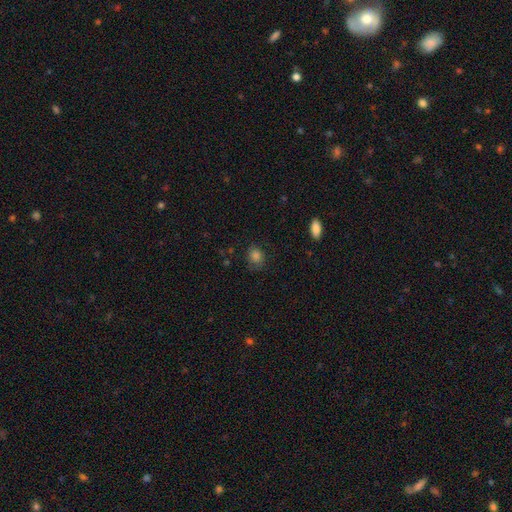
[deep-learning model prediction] smooth-or-featured: smooth: 82% | star or artifact: 12% | featured or disk: 6%
  how-rounded: round: 60% | in between: 39% | cigar-shaped: 1%
  merging: none: 74% | minor disturbance: 19% | major disturbance: 5% | merger: 1%